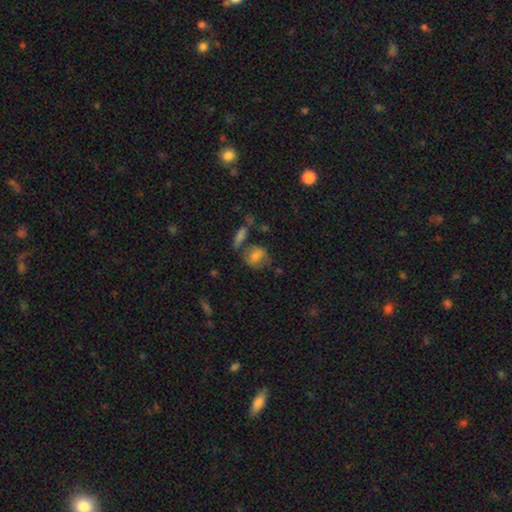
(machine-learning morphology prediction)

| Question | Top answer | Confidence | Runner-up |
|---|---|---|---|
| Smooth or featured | smooth | 66% | featured or disk (21%) |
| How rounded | in between | 57% | round (40%) |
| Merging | none | 49% | minor disturbance (20%) |